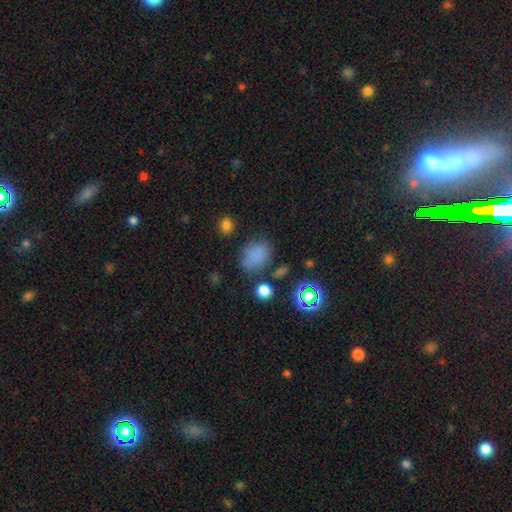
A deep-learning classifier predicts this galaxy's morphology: This is likely a smooth galaxy (73%). How rounded: likely in between (60%). Merging: likely none (63%).